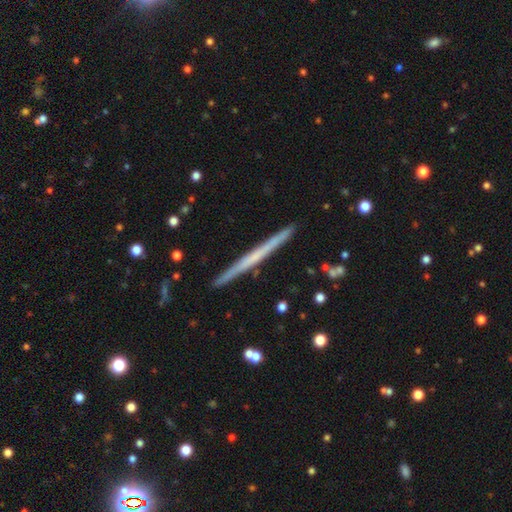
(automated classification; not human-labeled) A featured or disk galaxy (59%) viewed edge-on (98%) with no central bulge (84%).

Vote fractions:
- Smooth or featured? featured or disk: 59% / smooth: 35% / star or artifact: 6%
- Edge-on disk? yes: 98% / no: 2%
- Edge-on bulge? none: 84% / rounded: 12% / boxy: 4%
- Merging? none: 92% / minor disturbance: 6% / merger: 1% / major disturbance: 1%